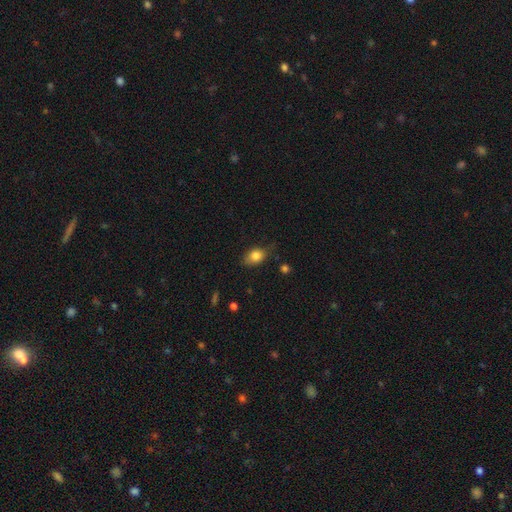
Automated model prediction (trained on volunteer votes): Q: Smooth or featured?
A: smooth (81%); runner-up: featured or disk (10%)
Q: How rounded?
A: in between (77%); runner-up: round (20%)
Q: Merging?
A: none (67%); runner-up: minor disturbance (26%)